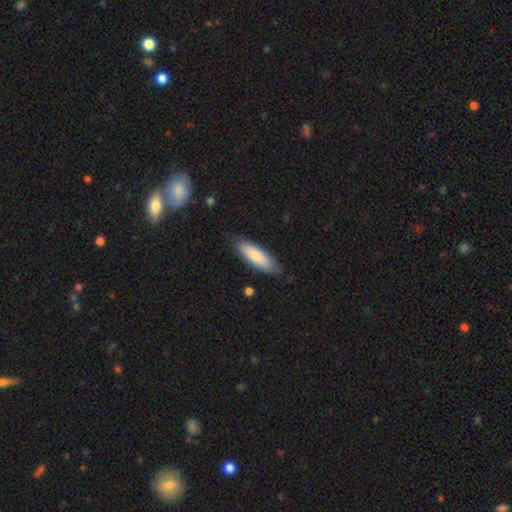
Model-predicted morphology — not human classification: Overall: smooth (79%). How rounded: in between (53%; cigar-shaped 46%). Merging: none (83%).